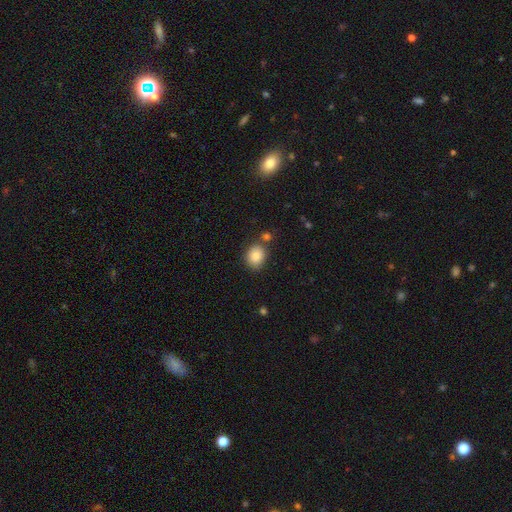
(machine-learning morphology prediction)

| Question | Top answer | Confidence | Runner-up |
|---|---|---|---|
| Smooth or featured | smooth | 83% | star or artifact (9%) |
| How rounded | round | 55% | in between (44%) |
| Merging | none | 75% | minor disturbance (13%) |